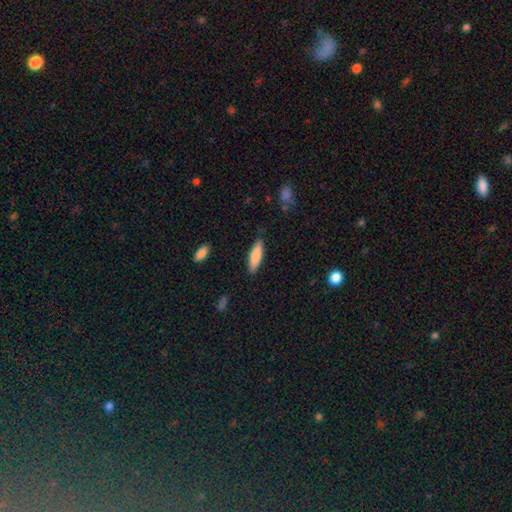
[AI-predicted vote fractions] Morphology: type=smooth (81%); roundness=cigar-shaped (63%); merging=none (87%).